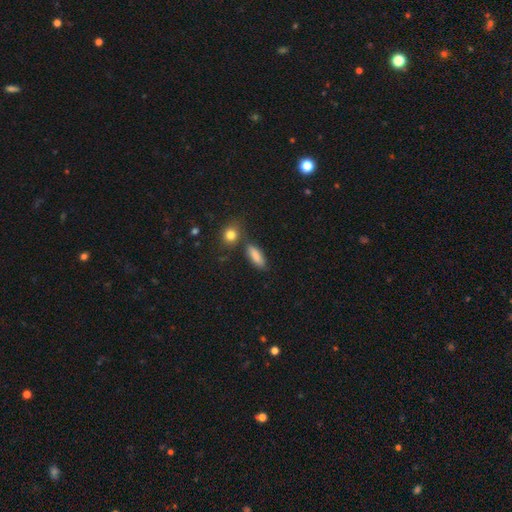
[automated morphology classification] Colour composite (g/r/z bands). It shows a smooth galaxy with no disk features (85%) that is in between round and cigar-shaped (62%). Merging: none (73%).